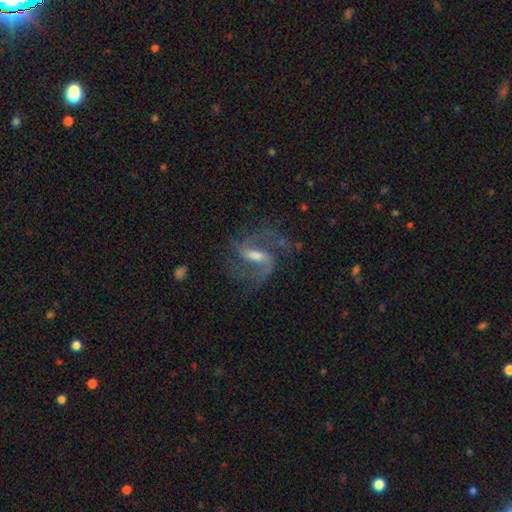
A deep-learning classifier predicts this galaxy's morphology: Smooth or featured? featured or disk (87%)
Edge-on disk? no (96%)
Bar? weak (45%)
Spiral arms? yes (96%)
Spiral winding? medium (51%)
Spiral arm count? 2 (77%)
Bulge size? moderate (48%)
Merging? none (66%)